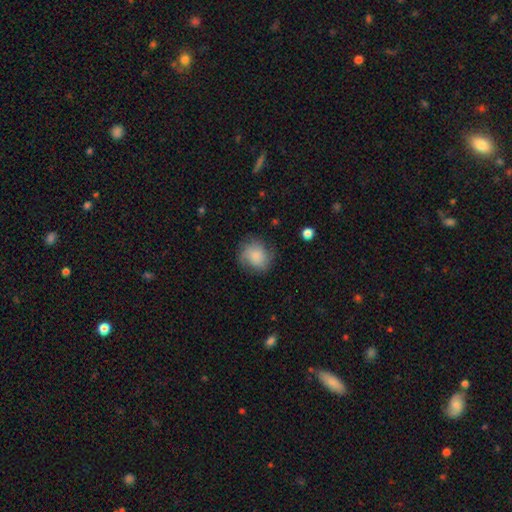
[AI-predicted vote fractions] Smooth or featured? smooth (70%)
How rounded? round (75%)
Merging? none (68%)